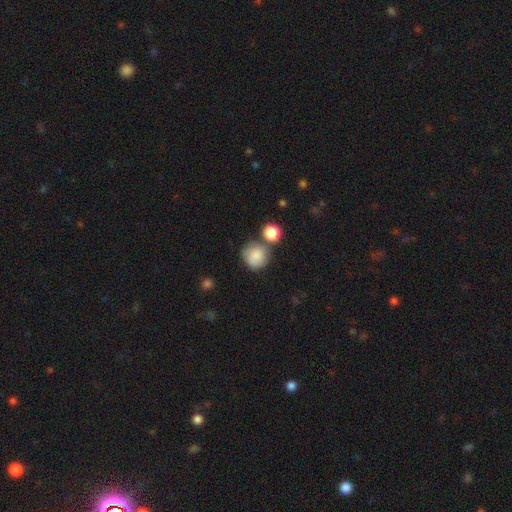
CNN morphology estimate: Smooth or featured: smooth — 83% (featured or disk — 9%)
How rounded: round — 89% (in between — 10%)
Merging: none — 60% (merger — 18%)